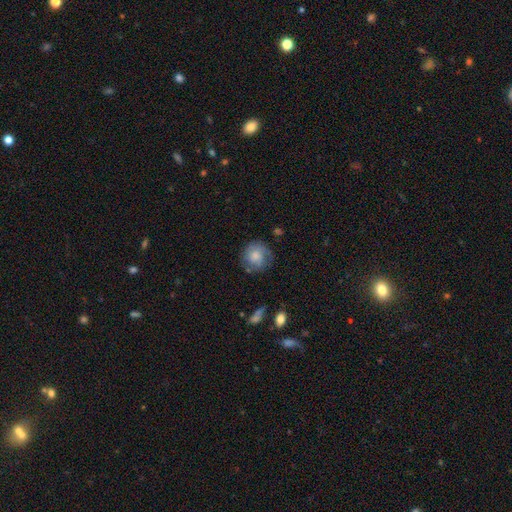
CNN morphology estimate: A smooth galaxy with no disk features (62%) that is round (88%). Merging: none (67%).